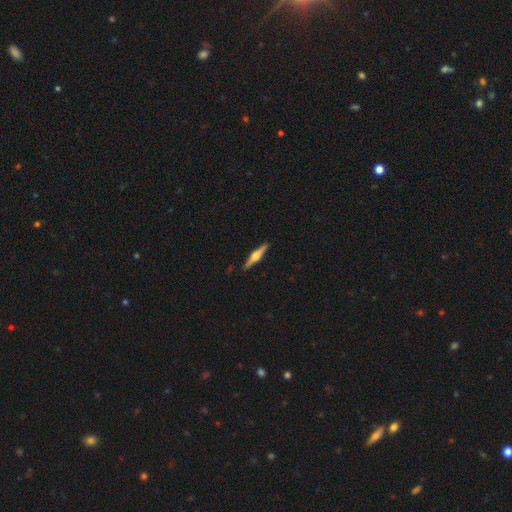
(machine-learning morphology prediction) type=featured or disk (74%); edge-on=yes (98%); edge-on bulge=rounded (92%); merging=none (91%).